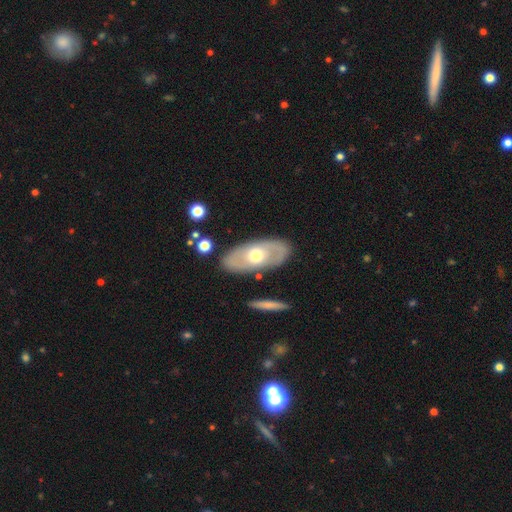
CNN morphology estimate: Smooth or featured?
  - featured or disk: 54% *
  - smooth: 41%
  - star or artifact: 5%
Edge-on disk?
  - no: 83% *
  - yes: 17%
Merging?
  - none: 82% *
  - minor disturbance: 11%
  - major disturbance: 4%
  - merger: 3%